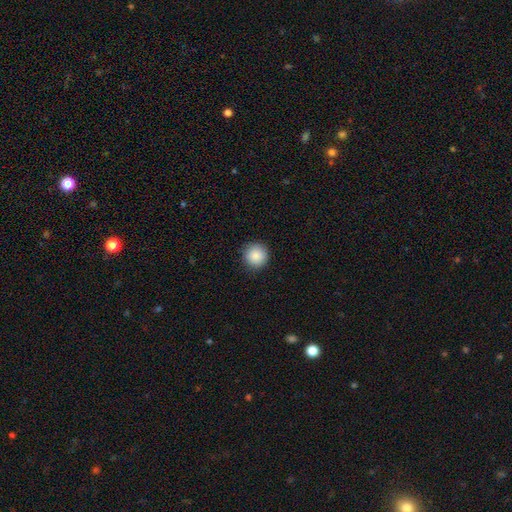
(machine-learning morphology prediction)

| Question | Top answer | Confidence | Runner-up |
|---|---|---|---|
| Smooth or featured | smooth | 88% | star or artifact (8%) |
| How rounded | round | 95% | in between (4%) |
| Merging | none | 91% | minor disturbance (7%) |